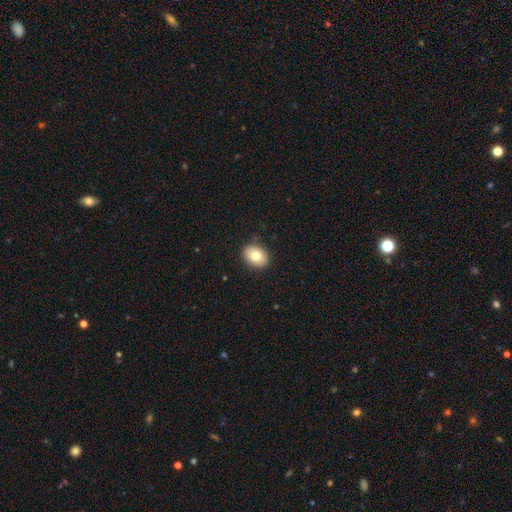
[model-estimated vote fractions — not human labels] This is likely a smooth galaxy (79%). How rounded: likely in between (65%). Merging: clearly none (88%).